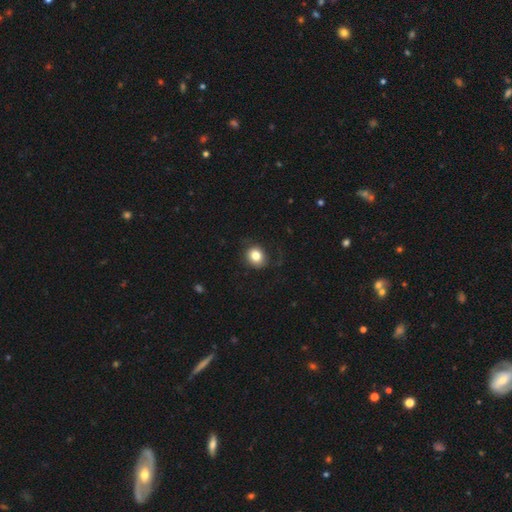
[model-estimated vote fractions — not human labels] Q: Smooth or featured?
A: smooth (81%); runner-up: star or artifact (10%)
Q: How rounded?
A: round (70%); runner-up: in between (29%)
Q: Merging?
A: none (78%); runner-up: minor disturbance (14%)